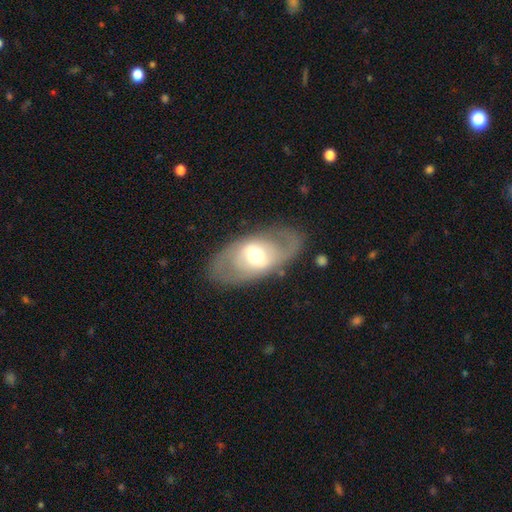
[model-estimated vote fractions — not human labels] featured or disk 64%, smooth 30%, star or artifact 6%. Down the decision tree: edge-on disk — no (89%); bar — weak (40%); spiral arms — no (53%); bulge size — moderate (66%); merging — none (78%).